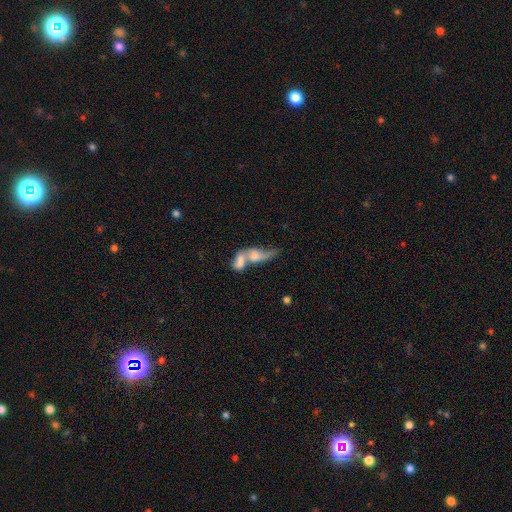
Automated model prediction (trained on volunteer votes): smooth_or_featured: smooth (p=0.56) [alt: featured or disk p=0.35]
how_rounded: in between (p=0.70) [alt: cigar-shaped p=0.19]
merging: merger (p=0.76) [alt: major disturbance p=0.10]